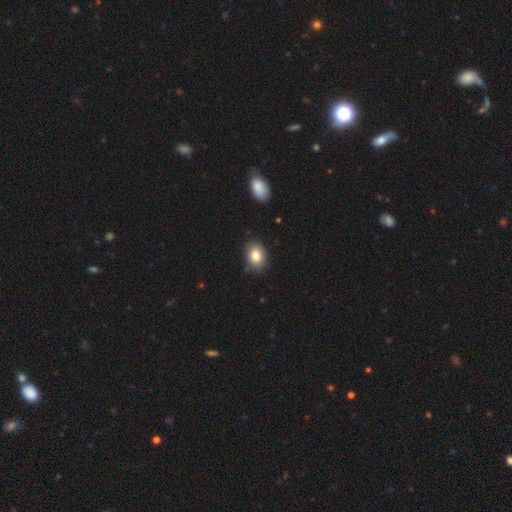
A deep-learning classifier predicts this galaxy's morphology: Q: Smooth or featured?
A: smooth (83%); runner-up: featured or disk (8%)
Q: How rounded?
A: in between (75%); runner-up: round (24%)
Q: Merging?
A: none (83%); runner-up: minor disturbance (13%)